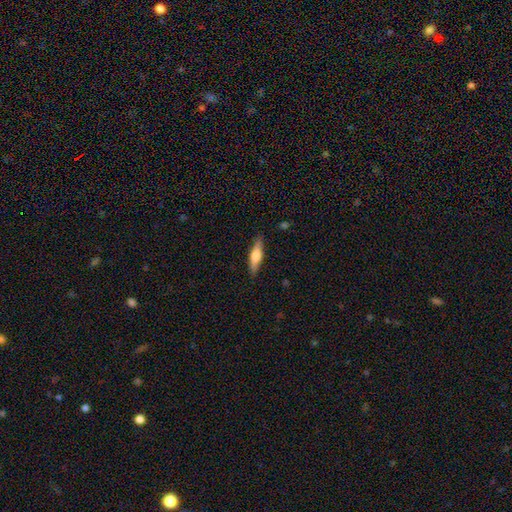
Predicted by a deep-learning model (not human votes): smooth-or-featured: smooth: 56% | featured or disk: 38% | star or artifact: 6%
  how-rounded: cigar-shaped: 70% | in between: 28% | round: 2%
  merging: none: 87% | minor disturbance: 10% | major disturbance: 2% | merger: 1%